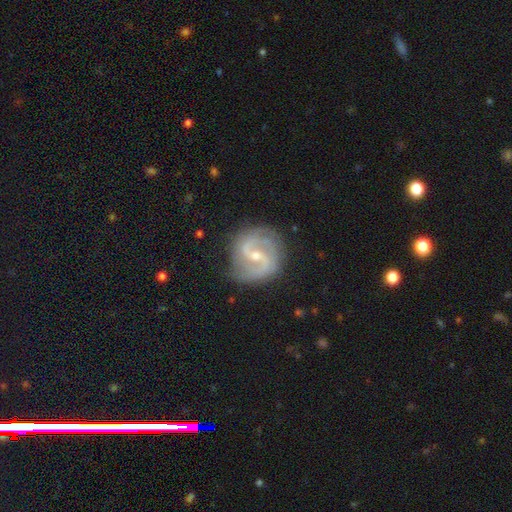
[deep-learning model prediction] This appears to be a featured or disk galaxy (89%) with a weak bar (52%), 2 (89%) medium (57%) spiral arms (97%) and a small central bulge (59%). Merging: none (79%).